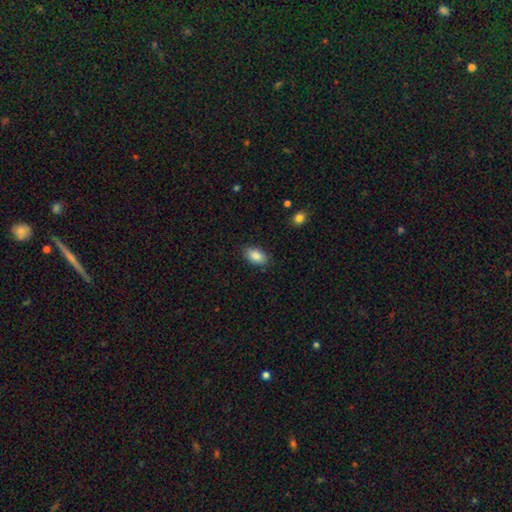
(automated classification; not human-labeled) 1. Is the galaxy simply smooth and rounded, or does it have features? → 88% smooth, 7% star or artifact, 5% featured or disk.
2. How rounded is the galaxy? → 92% in between, 5% round, 2% cigar-shaped.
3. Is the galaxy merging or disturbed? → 85% none, 11% minor disturbance, 3% major disturbance, 1% merger.